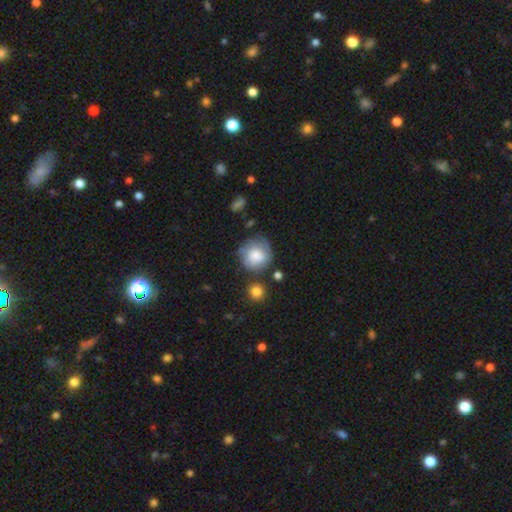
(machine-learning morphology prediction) smooth_or_featured: smooth (p=0.73) [alt: featured or disk p=0.19]
how_rounded: round (p=0.89) [alt: in between p=0.10]
merging: none (p=0.62) [alt: minor disturbance p=0.22]